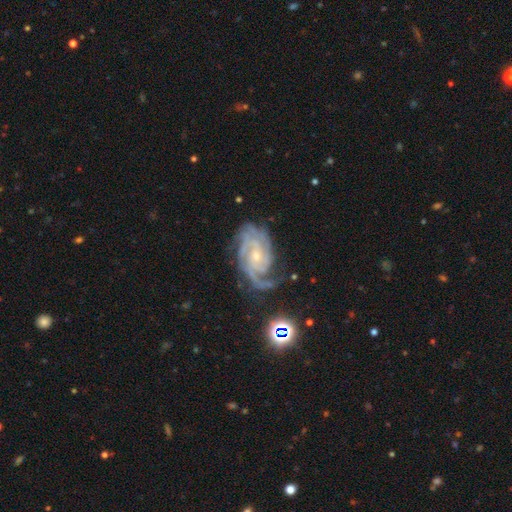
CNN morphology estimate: smooth-or-featured: featured or disk: 89% | star or artifact: 6% | smooth: 4%
  disk-edge-on: no: 97% | yes: 3%
    bar: no: 63% | weak: 29% | strong: 8%
    has-spiral-arms: yes: 98% | no: 2%
      spiral-winding: tight: 67% | medium: 29% | loose: 4%
      spiral-arm-count: 3: 32% | 2: 21% | 4: 17% | can't tell: 17% | more than 4: 7% | 1: 7%
    bulge-size: small: 69% | moderate: 27% | none: 2% | large: 1% | dominant: 1%
  merging: none: 66% | minor disturbance: 22% | major disturbance: 10% | merger: 2%